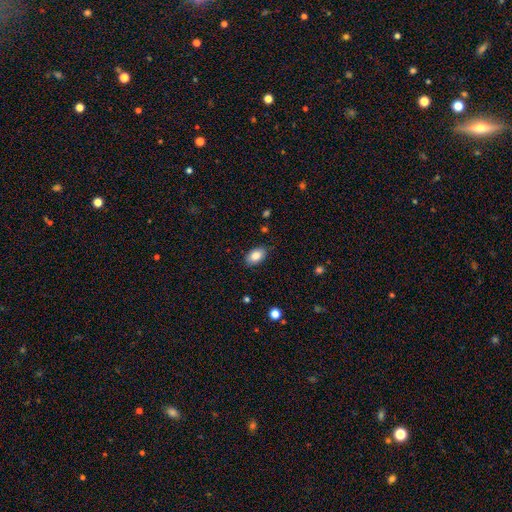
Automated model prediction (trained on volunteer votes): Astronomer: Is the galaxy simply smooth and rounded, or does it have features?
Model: smooth — 86%.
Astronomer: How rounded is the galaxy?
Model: in between — 91%.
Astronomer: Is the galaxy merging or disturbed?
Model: none — 85%.